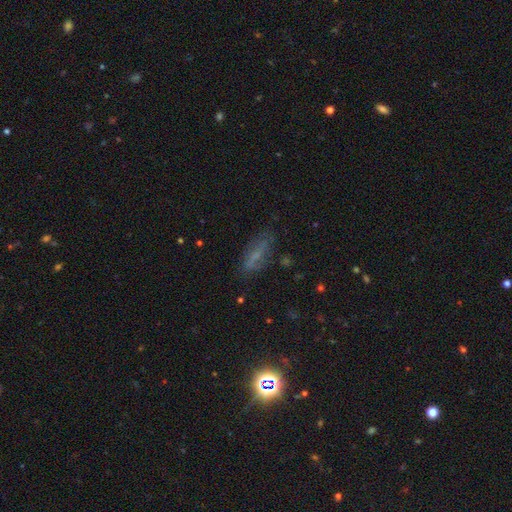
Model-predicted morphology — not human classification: A smooth galaxy with no disk features (45%).

Vote fractions:
- Smooth or featured? smooth: 45% / featured or disk: 38% / star or artifact: 17%
- Merging? none: 71% / minor disturbance: 19% / major disturbance: 8% / merger: 3%